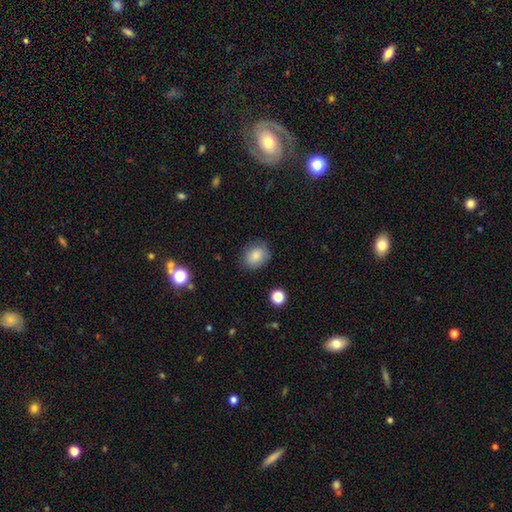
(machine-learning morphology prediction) Smooth or featured: smooth — 85% (star or artifact — 9%)
How rounded: in between — 57% (round — 42%)
Merging: none — 80% (minor disturbance — 15%)